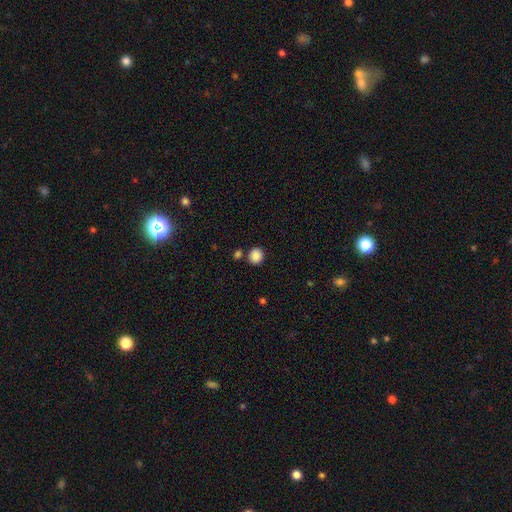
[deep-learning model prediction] Morphology: type=smooth (88%); roundness=round (82%); merging=none (79%).